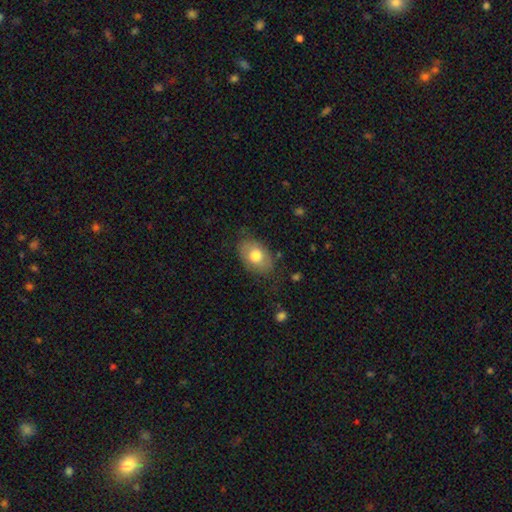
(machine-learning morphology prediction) Q: Smooth or featured?
A: smooth (71%); runner-up: featured or disk (22%)
Q: How rounded?
A: in between (84%); runner-up: round (14%)
Q: Merging?
A: none (74%); runner-up: minor disturbance (18%)